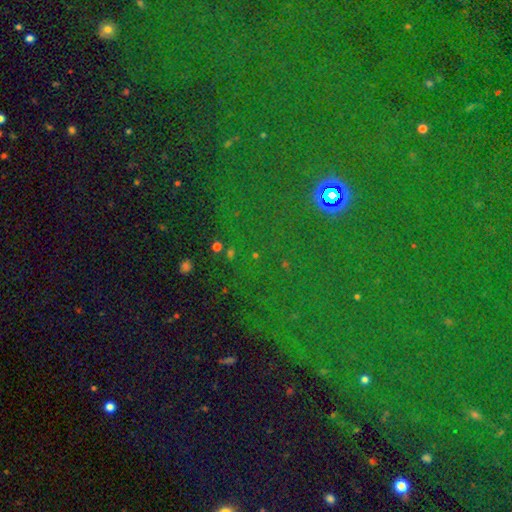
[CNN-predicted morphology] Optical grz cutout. It shows a star or artifact, not a galaxy (74%).